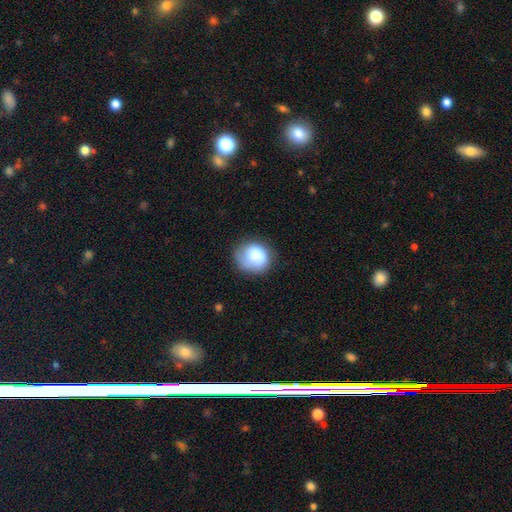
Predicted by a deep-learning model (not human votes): Morphology: type=smooth (80%); roundness=round (75%); merging=none (63%).